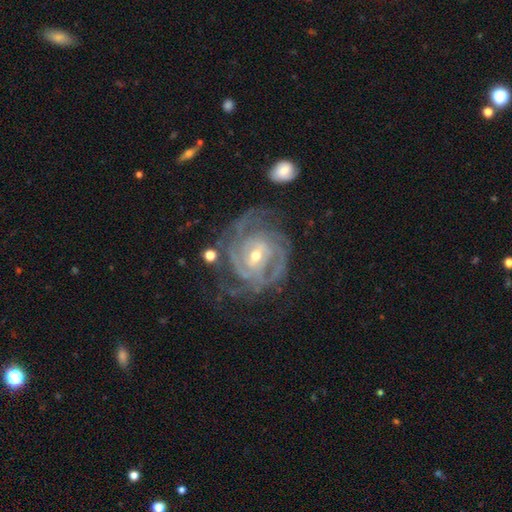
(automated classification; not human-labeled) Morphology: type=featured or disk (91%); edge-on=no (97%); bar=weak (45%); spiral arms=yes (97%); winding=tight (69%); arm count=3 (29%); bulge=small (50%); merging=none (63%).